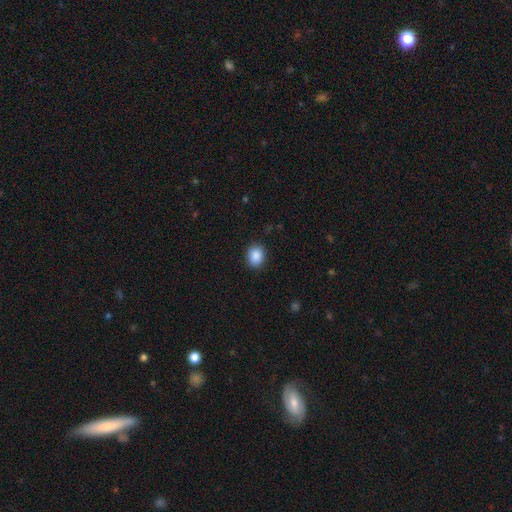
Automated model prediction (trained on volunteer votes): A smooth galaxy with no disk features (88%) that is round (56%).

Vote fractions:
- Smooth or featured? smooth: 88% / star or artifact: 8% / featured or disk: 3%
- How rounded? round: 56% / in between: 44% / cigar-shaped: 1%
- Merging? none: 89% / minor disturbance: 8% / major disturbance: 2% / merger: 1%